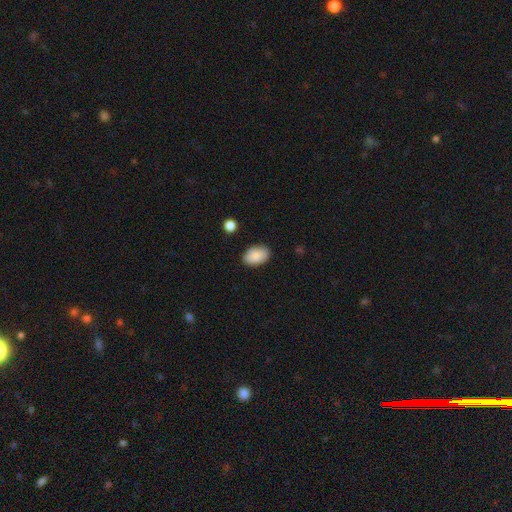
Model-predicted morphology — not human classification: This appears to be a smooth galaxy with no disk features (88%) that is in between round and cigar-shaped (91%). Merging: none (85%).